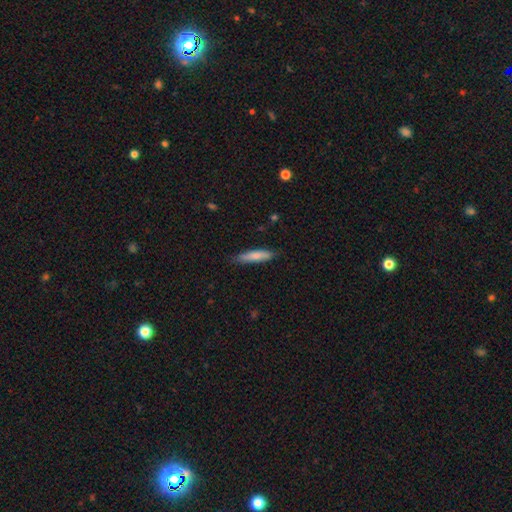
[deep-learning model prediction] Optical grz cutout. It shows a smooth galaxy with no disk features (78%) that is cigar-shaped (82%). Merging: none (81%).